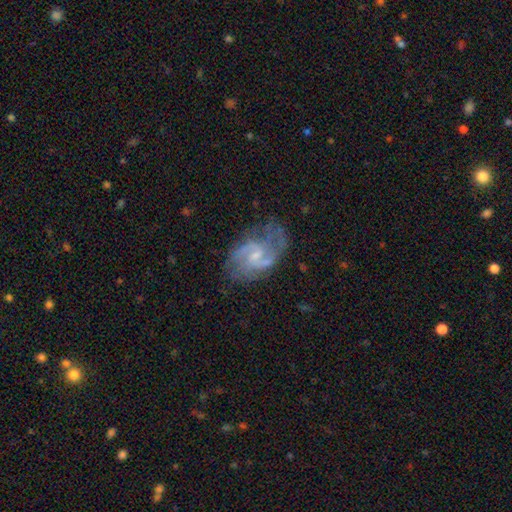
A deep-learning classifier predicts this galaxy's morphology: smooth_or_featured: featured or disk (p=0.86) [alt: smooth p=0.08]
disk_edge_on: no (p=0.98) [alt: yes p=0.02]
bar: weak (p=0.57) [alt: no p=0.32]
has_spiral_arms: yes (p=0.96) [alt: no p=0.04]
spiral_winding: medium (p=0.55) [alt: loose p=0.25]
spiral_arm_count: 2 (p=0.76) [alt: can't tell p=0.09]
bulge_size: small (p=0.58) [alt: moderate p=0.24]
merging: none (p=0.63) [alt: minor disturbance p=0.21]